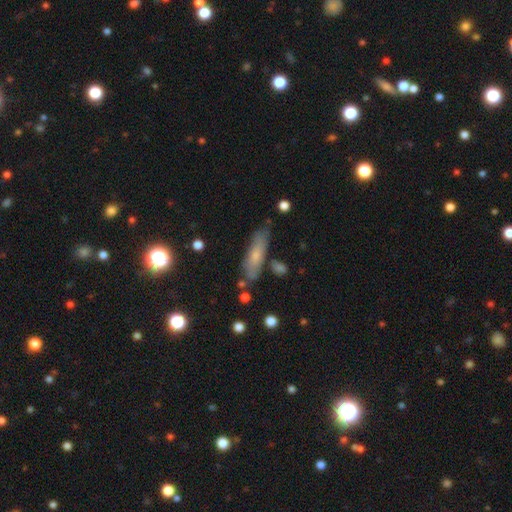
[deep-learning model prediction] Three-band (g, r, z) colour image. It shows a smooth galaxy with no disk features (61%) that is cigar-shaped (64%). Merging: none (71%).